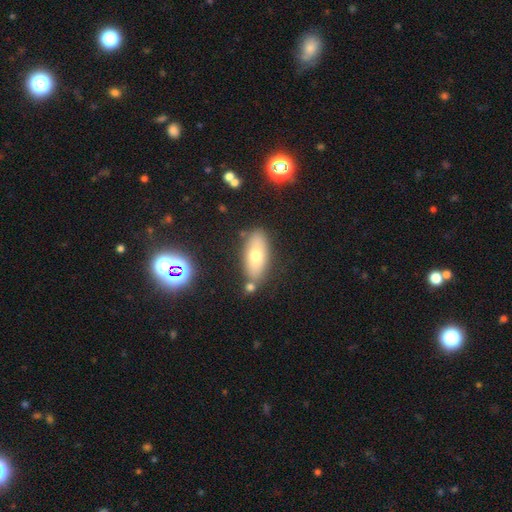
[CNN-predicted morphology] smooth 64%, featured or disk 24%, star or artifact 12%. Down the decision tree: how rounded — in between (76%); merging — none (79%).